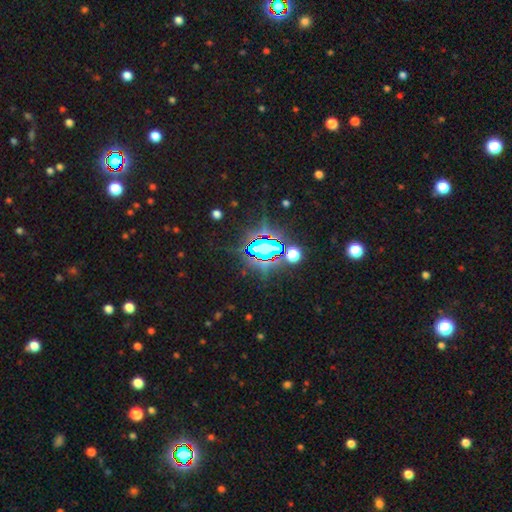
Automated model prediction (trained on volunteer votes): The model was most divided on "smooth or featured": star or artifact: 79%, smooth: 12%, featured or disk: 8%.